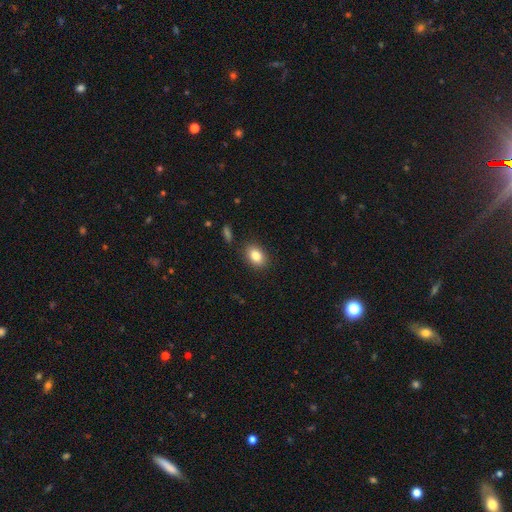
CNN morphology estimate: Overall: smooth (84%). How rounded: in between (79%). Merging: none (87%).